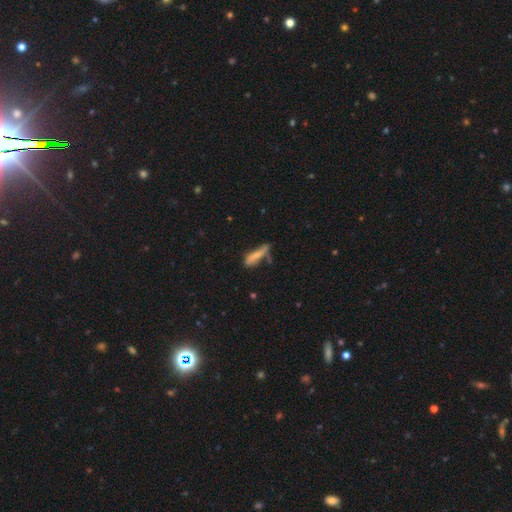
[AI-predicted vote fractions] Smooth or featured?
  - smooth: 71% *
  - featured or disk: 20%
  - star or artifact: 9%
How rounded?
  - cigar-shaped: 72% *
  - in between: 26%
  - round: 2%
Merging?
  - none: 43% *
  - minor disturbance: 29%
  - major disturbance: 15%
  - merger: 13%